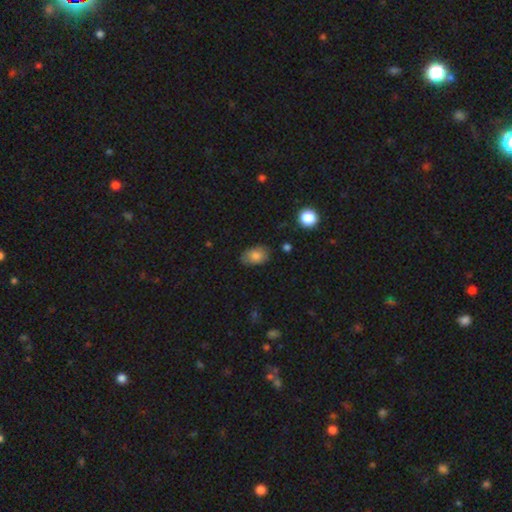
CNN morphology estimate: Q: Smooth or featured?
A: smooth (80%); runner-up: featured or disk (12%)
Q: How rounded?
A: in between (88%); runner-up: round (11%)
Q: Merging?
A: none (76%); runner-up: minor disturbance (19%)